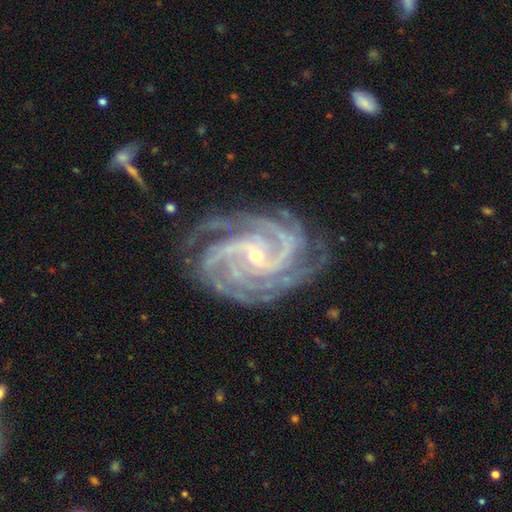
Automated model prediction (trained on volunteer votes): This is clearly a featured or disk galaxy (94%). It is clearly not viewed edge-on (98%). Bar: marginally no (40%). Spiral arm pattern: clearly yes (99%). Spiral arm count: marginally 4 (32%). Spiral winding: likely tight (68%). Central bulge: likely small (75%). Merging: likely none (76%).